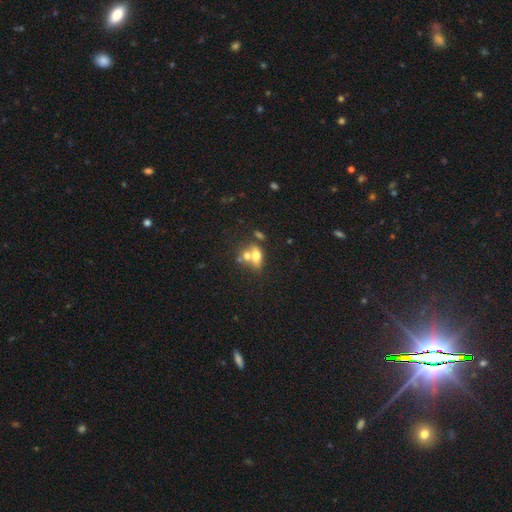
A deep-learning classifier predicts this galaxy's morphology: This is likely a smooth galaxy (62%). How rounded: likely in between (73%). Merging: possibly merger (53%).